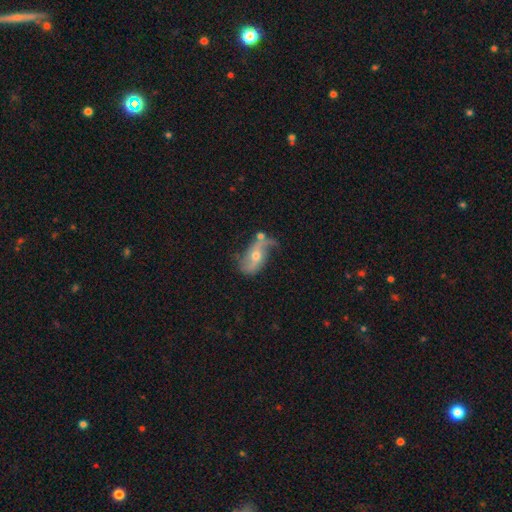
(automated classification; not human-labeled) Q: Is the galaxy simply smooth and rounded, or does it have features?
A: featured or disk — 76%.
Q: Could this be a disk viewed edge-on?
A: no — 94%.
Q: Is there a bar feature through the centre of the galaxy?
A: no — 50%.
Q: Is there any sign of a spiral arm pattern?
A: yes — 89%.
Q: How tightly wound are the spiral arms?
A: loose — 77%.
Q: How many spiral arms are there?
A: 2 — 82%.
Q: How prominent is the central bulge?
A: moderate — 57%.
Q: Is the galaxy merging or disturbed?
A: none — 46%.